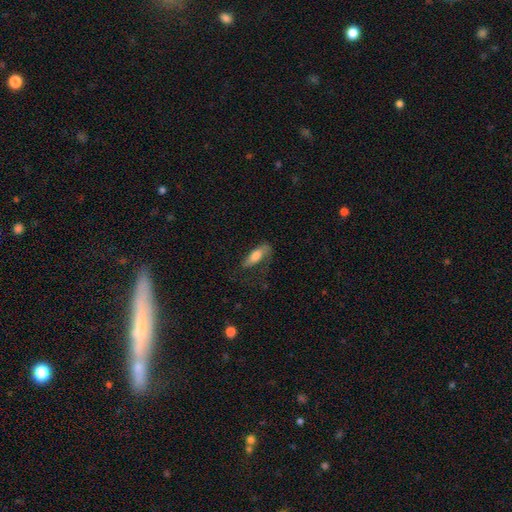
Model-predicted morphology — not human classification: This is likely a smooth galaxy (65%). How rounded: possibly in between (59%). Merging: possibly none (48%).